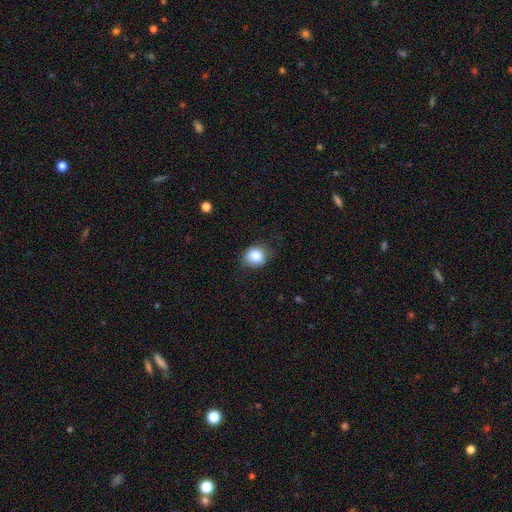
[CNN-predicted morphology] Overall: smooth (82%). How rounded: round (68%; in between 31%). Merging: none (74%).